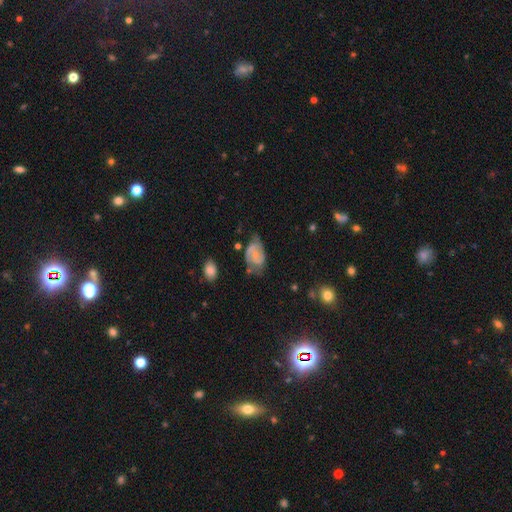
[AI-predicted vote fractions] Smooth or featured? featured or disk (66%)
Edge-on disk? no (97%)
Bar? no (58%)
Spiral arms? yes (85%)
Spiral winding? medium (46%)
Spiral arm count? 2 (76%)
Bulge size? small (62%)
Merging? none (48%)